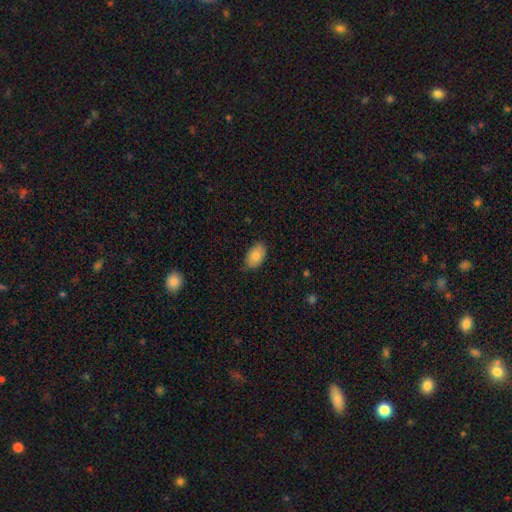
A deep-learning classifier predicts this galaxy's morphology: Smooth or featured?
  - smooth: 83% *
  - featured or disk: 10%
  - star or artifact: 7%
How rounded?
  - in between: 91% *
  - round: 8%
  - cigar-shaped: 1%
Merging?
  - none: 79% *
  - minor disturbance: 17%
  - major disturbance: 3%
  - merger: 1%